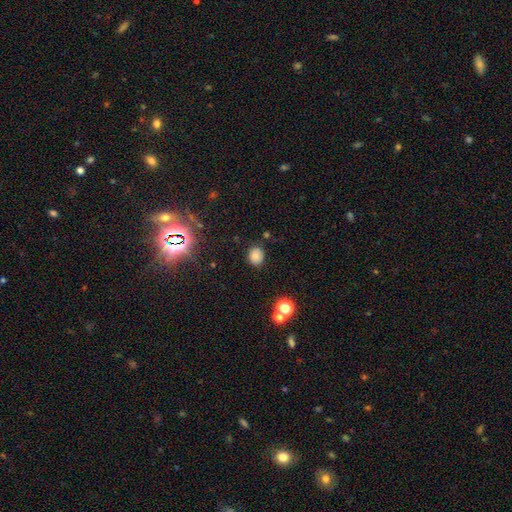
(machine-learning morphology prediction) smooth_or_featured: smooth (p=0.77) [alt: star or artifact p=0.16]
how_rounded: round (p=0.69) [alt: in between p=0.30]
merging: none (p=0.84) [alt: minor disturbance p=0.11]